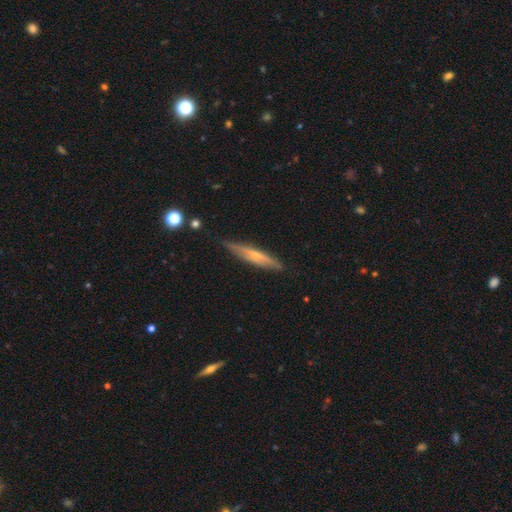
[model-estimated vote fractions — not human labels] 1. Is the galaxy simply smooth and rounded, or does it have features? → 57% featured or disk, 37% smooth, 7% star or artifact.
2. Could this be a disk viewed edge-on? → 92% yes, 8% no.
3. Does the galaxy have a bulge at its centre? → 59% rounded, 34% none, 7% boxy.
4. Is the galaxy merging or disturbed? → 82% none, 14% minor disturbance, 2% major disturbance, 2% merger.